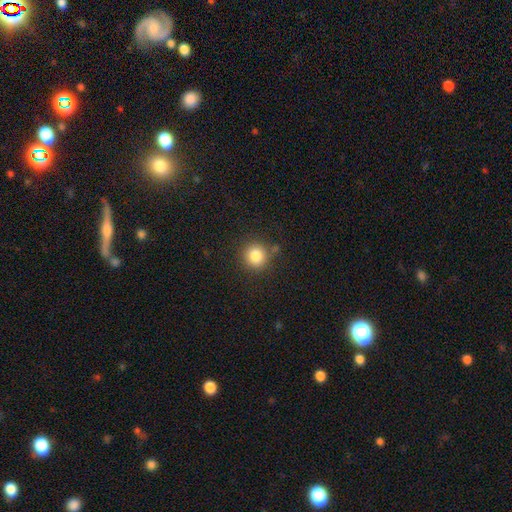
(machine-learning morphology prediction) Smooth or featured?
  - smooth: 83% *
  - star or artifact: 11%
  - featured or disk: 6%
How rounded?
  - round: 91% *
  - in between: 8%
  - cigar-shaped: 1%
Merging?
  - none: 83% *
  - minor disturbance: 10%
  - merger: 4%
  - major disturbance: 3%